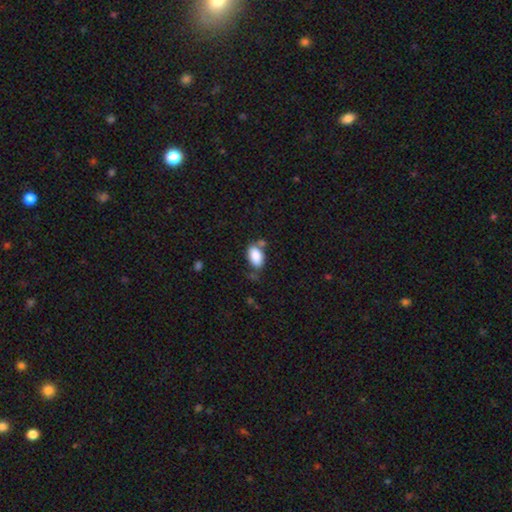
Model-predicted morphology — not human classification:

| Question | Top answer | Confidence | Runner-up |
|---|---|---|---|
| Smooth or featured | smooth | 87% | star or artifact (7%) |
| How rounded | in between | 93% | round (5%) |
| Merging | none | 62% | minor disturbance (20%) |